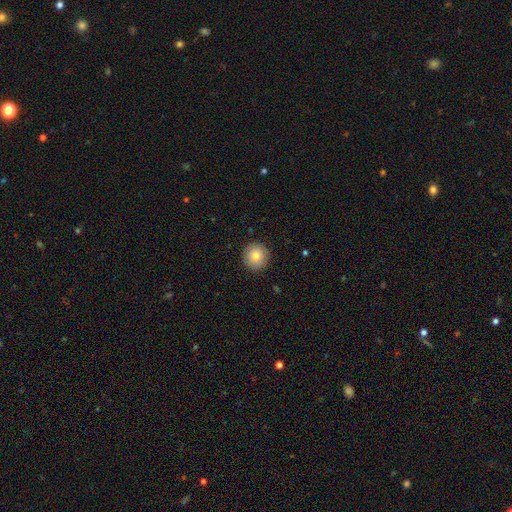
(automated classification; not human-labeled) The model was most divided on "smooth or featured": smooth: 77%, featured or disk: 14%, star or artifact: 8%. More confident: how rounded — round (95%); merging — none (90%).